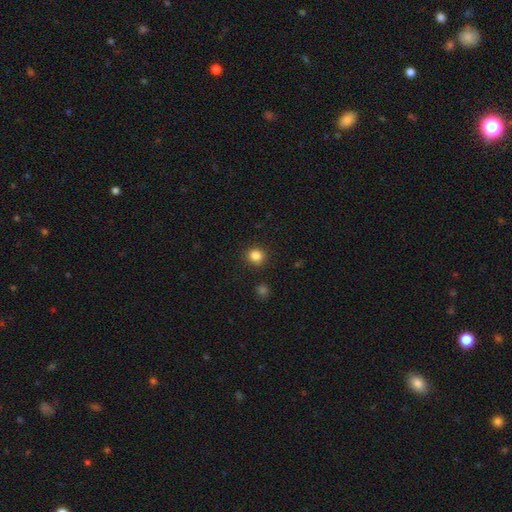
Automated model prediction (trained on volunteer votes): Smooth or featured: smooth — 84% (star or artifact — 11%)
How rounded: round — 85% (in between — 14%)
Merging: none — 89% (minor disturbance — 7%)